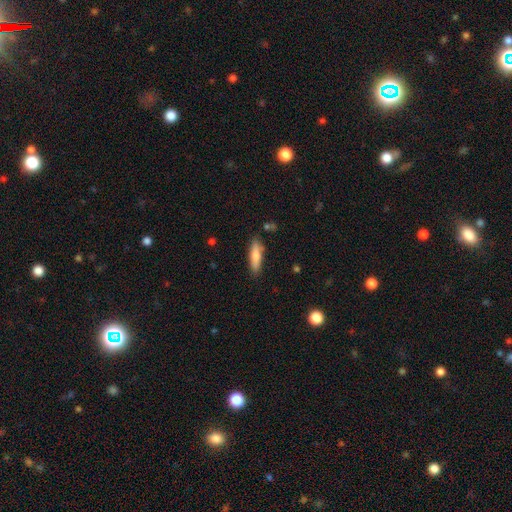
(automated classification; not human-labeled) Smooth or featured: smooth — 77% (featured or disk — 17%)
How rounded: cigar-shaped — 65% (in between — 33%)
Merging: none — 82% (minor disturbance — 12%)